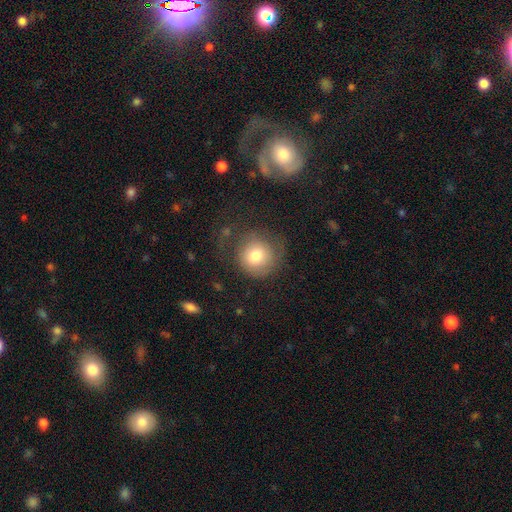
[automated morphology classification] Smooth or featured?
  - smooth: 74% *
  - featured or disk: 17%
  - star or artifact: 9%
How rounded?
  - round: 91% *
  - in between: 9%
  - cigar-shaped: 1%
Merging?
  - none: 58% *
  - minor disturbance: 21%
  - major disturbance: 20%
  - merger: 2%